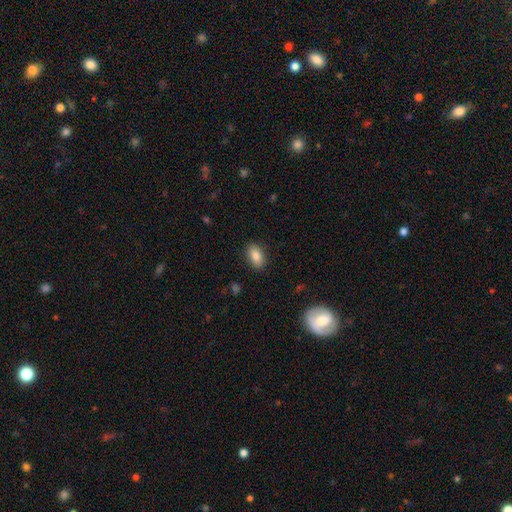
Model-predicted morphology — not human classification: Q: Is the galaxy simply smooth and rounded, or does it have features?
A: smooth — 87%.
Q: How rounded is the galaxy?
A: in between — 91%.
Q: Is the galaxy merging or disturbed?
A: none — 87%.